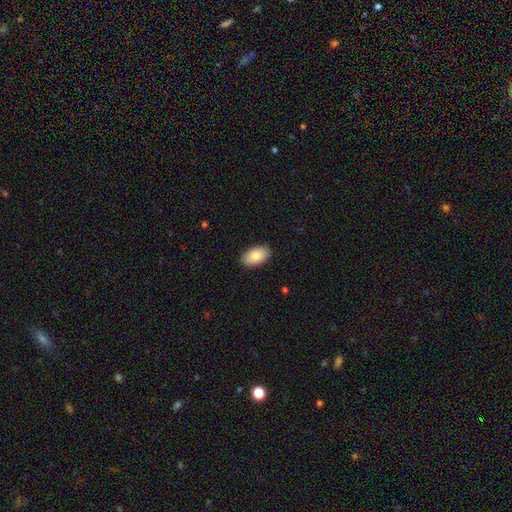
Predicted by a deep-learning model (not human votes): smooth-or-featured: smooth: 87% | featured or disk: 6% | star or artifact: 6%
  how-rounded: in between: 95% | round: 4% | cigar-shaped: 1%
  merging: none: 89% | minor disturbance: 8% | major disturbance: 2% | merger: 1%